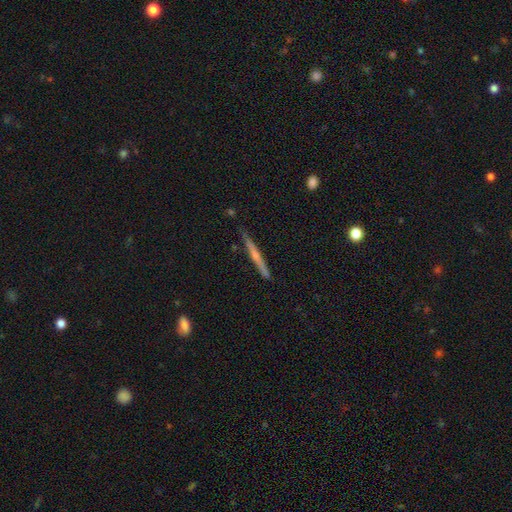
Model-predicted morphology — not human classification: The model was most divided on "edge-on bulge": rounded: 48%, none: 45%, boxy: 7%. More confident: edge-on disk — yes (97%); merging — none (87%); smooth or featured — featured or disk (58%).